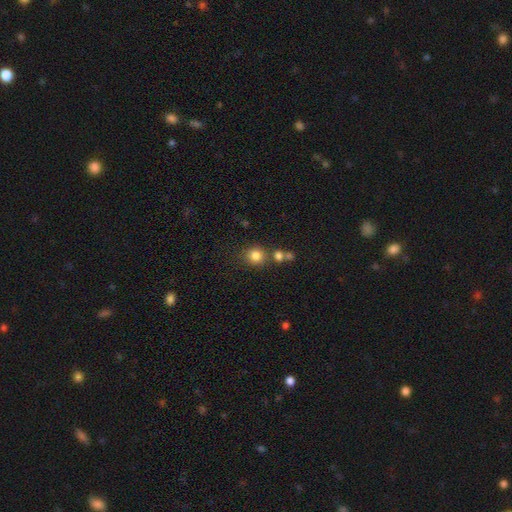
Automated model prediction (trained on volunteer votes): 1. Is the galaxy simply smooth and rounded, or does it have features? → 82% smooth, 12% star or artifact, 6% featured or disk.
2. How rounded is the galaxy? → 88% round, 11% in between, 1% cigar-shaped.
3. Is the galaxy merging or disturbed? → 71% none, 15% merger, 10% minor disturbance, 4% major disturbance.